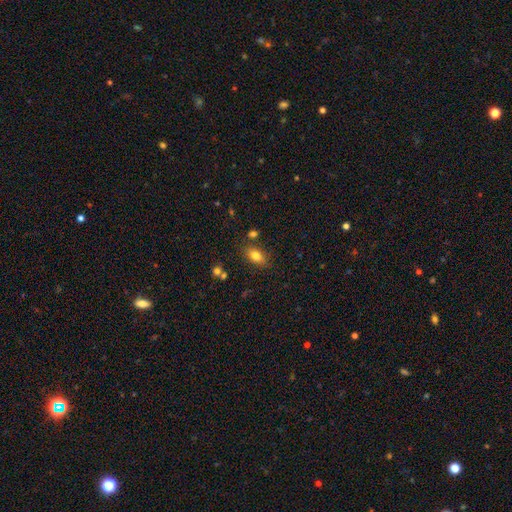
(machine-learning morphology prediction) A smooth galaxy with no disk features (80%) that is in between round and cigar-shaped (87%).

Vote fractions:
- Smooth or featured? smooth: 80% / featured or disk: 11% / star or artifact: 9%
- How rounded? in between: 87% / round: 8% / cigar-shaped: 5%
- Merging? none: 80% / minor disturbance: 12% / merger: 5% / major disturbance: 3%